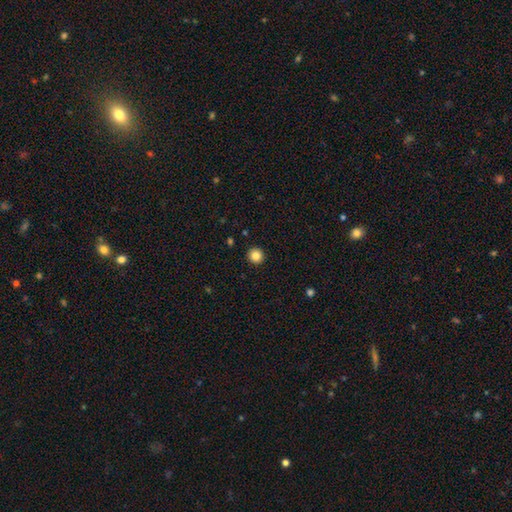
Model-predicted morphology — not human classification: This is clearly a smooth galaxy (85%). How rounded: clearly round (95%). Merging: clearly none (93%).